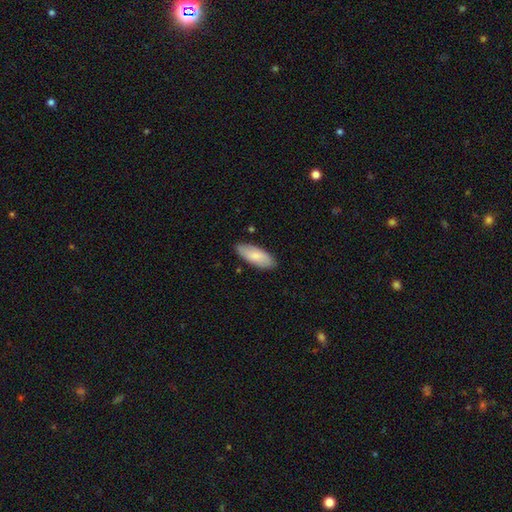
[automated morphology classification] This appears to be a smooth galaxy with no disk features (82%) that is in between round and cigar-shaped (80%). Merging: none (85%).